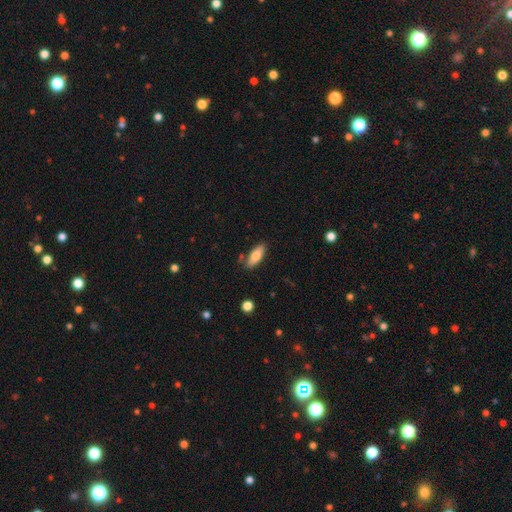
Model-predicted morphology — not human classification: The model was most divided on "how rounded": in between: 72%, cigar-shaped: 26%, round: 2%. More confident: merging — none (79%); smooth or featured — smooth (77%).